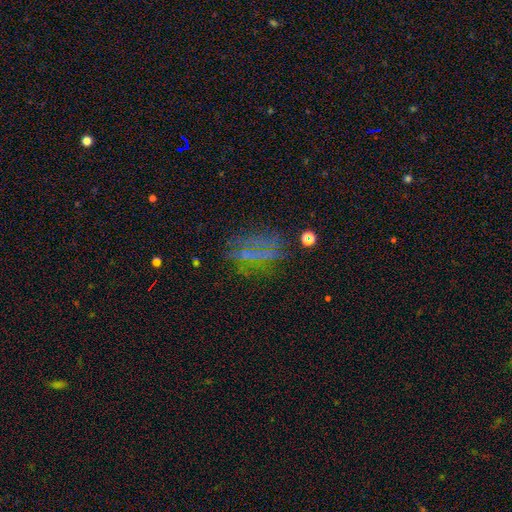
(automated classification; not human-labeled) Smooth or featured? featured or disk (42%)
Merging? none (58%)